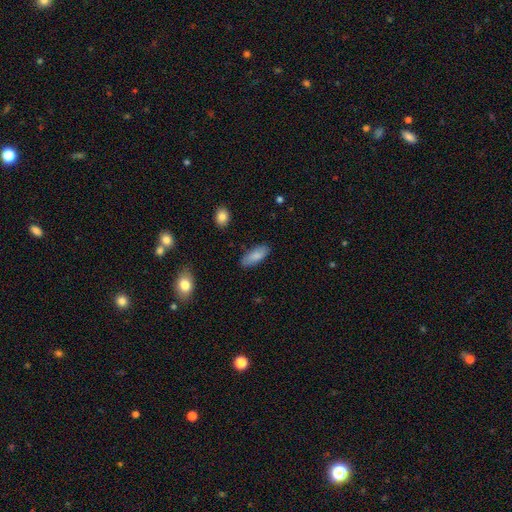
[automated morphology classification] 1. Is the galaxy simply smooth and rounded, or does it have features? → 85% smooth, 9% featured or disk, 6% star or artifact.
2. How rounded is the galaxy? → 79% in between, 19% cigar-shaped, 2% round.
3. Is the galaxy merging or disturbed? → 85% none, 11% minor disturbance, 2% major disturbance, 1% merger.